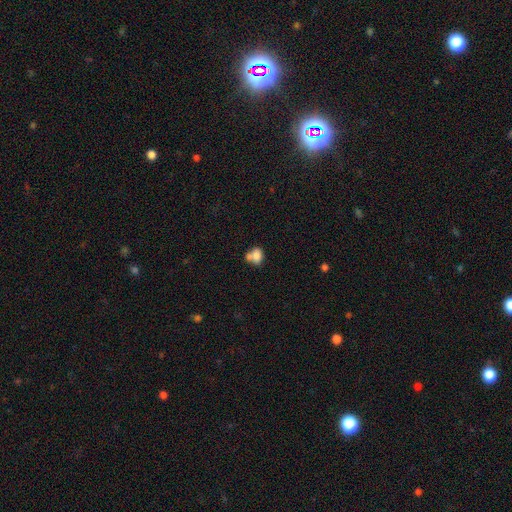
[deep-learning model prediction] smooth-or-featured: smooth: 78% | featured or disk: 12% | star or artifact: 10%
  how-rounded: in between: 58% | round: 41% | cigar-shaped: 1%
  merging: merger: 44% | none: 33% | minor disturbance: 15% | major disturbance: 7%